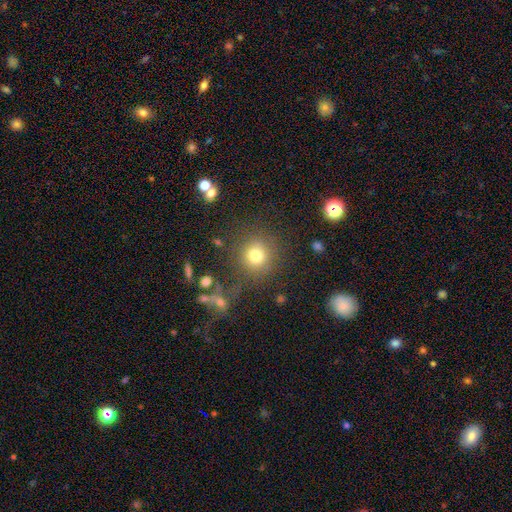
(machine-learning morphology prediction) Q: Smooth or featured?
A: smooth (77%); runner-up: star or artifact (15%)
Q: How rounded?
A: round (91%); runner-up: in between (8%)
Q: Merging?
A: none (78%); runner-up: minor disturbance (10%)